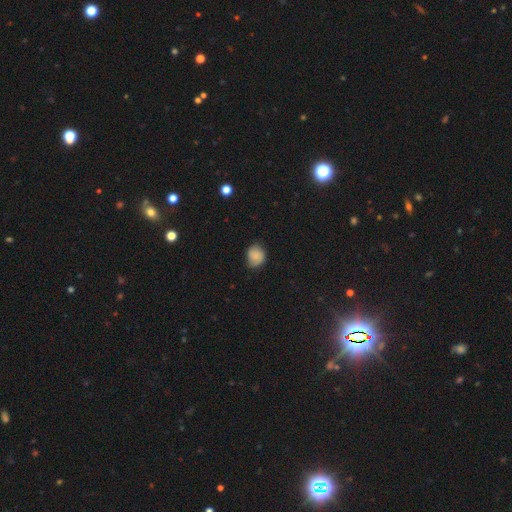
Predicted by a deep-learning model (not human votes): Morphology: type=smooth (77%); roundness=round (69%); merging=none (68%).